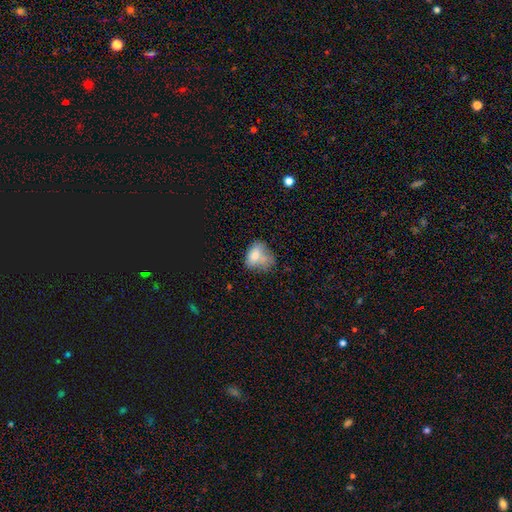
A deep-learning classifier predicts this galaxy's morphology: Overall: smooth (72%). How rounded: in between (73%). Merging: none (33%; minor disturbance 31%).